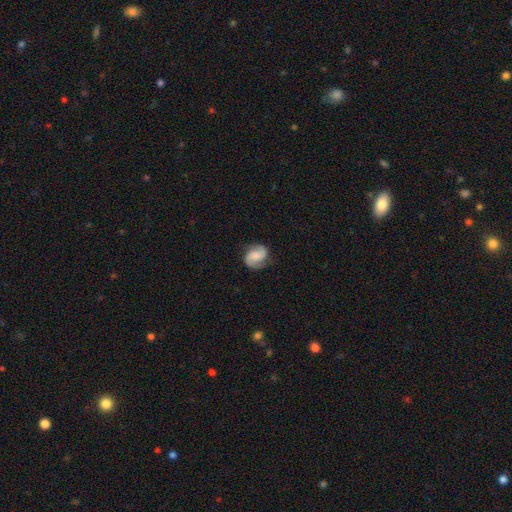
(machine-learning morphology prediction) This is likely a featured or disk galaxy (75%). It is clearly not viewed edge-on (98%). Bar: possibly no (47%). Spiral arm pattern: clearly yes (96%). Spiral arm count: clearly 2 (91%). Spiral winding: possibly medium (50%). Central bulge: marginally none (35%). Merging: clearly none (80%).